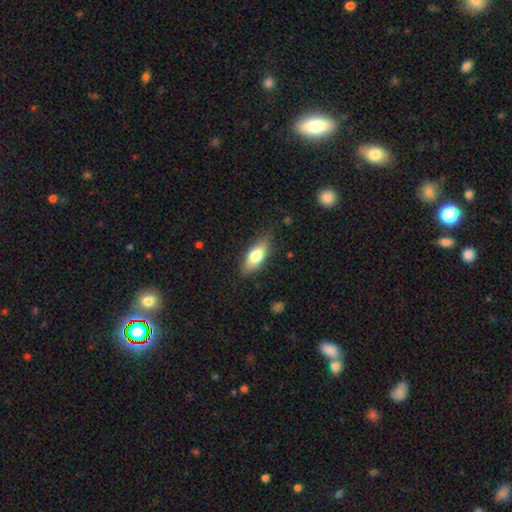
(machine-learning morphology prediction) smooth_or_featured: smooth (p=0.73) [alt: featured or disk p=0.21]
how_rounded: in between (p=0.74) [alt: cigar-shaped p=0.23]
merging: none (p=0.80) [alt: minor disturbance p=0.16]